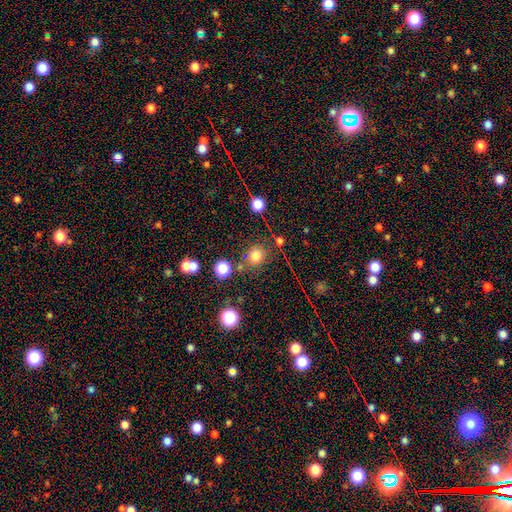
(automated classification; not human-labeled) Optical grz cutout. It shows a smooth galaxy with no disk features (76%) that is round (80%). Merging: none (74%).